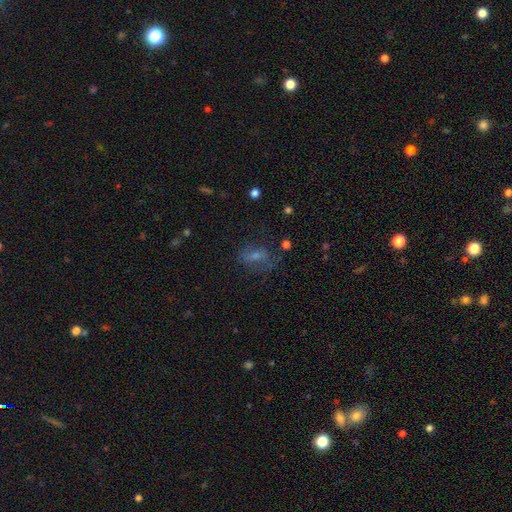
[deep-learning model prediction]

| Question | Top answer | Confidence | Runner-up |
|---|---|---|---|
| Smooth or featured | smooth | 46% | featured or disk (35%) |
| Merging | none | 55% | minor disturbance (22%) |